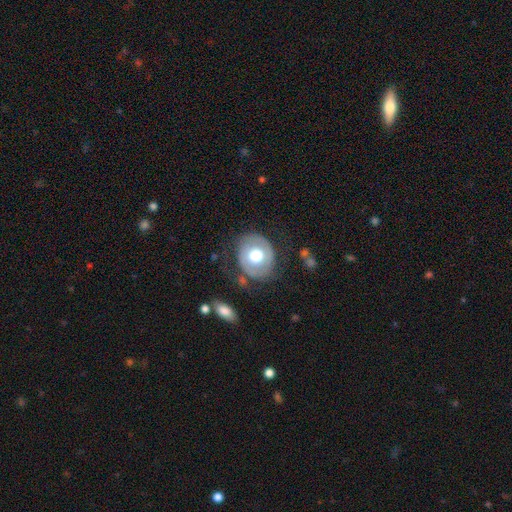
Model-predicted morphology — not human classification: Smooth or featured: smooth — 50% (featured or disk — 43%)
Merging: none — 70% (minor disturbance — 17%)